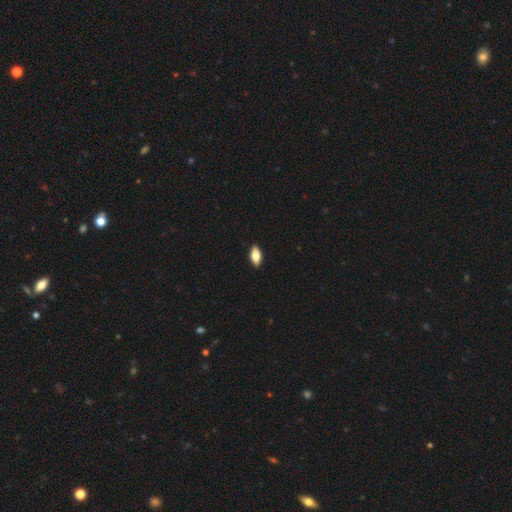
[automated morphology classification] This is likely a smooth galaxy (75%). How rounded: clearly in between (86%). Merging: clearly none (91%).